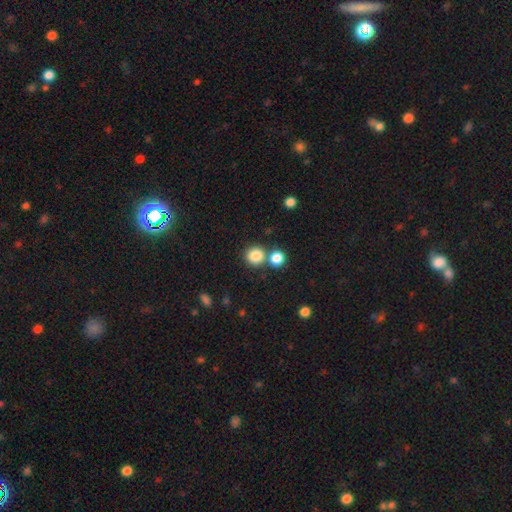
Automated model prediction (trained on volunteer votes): This is clearly a smooth galaxy (84%). How rounded: clearly round (88%). Merging: likely none (65%).